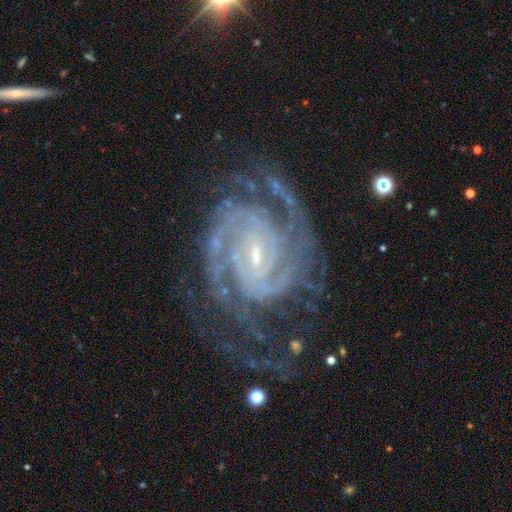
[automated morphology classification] A featured or disk galaxy (92%) with a weak bar (51%), 2 (50%) tight (72%) spiral arms (99%) and a small central bulge (76%). Merging: none (69%).